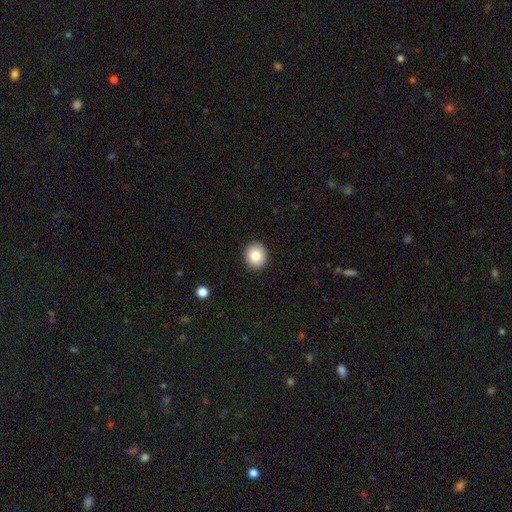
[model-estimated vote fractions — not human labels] Q: Smooth or featured?
A: smooth (84%); runner-up: star or artifact (9%)
Q: How rounded?
A: round (82%); runner-up: in between (17%)
Q: Merging?
A: none (91%); runner-up: minor disturbance (6%)